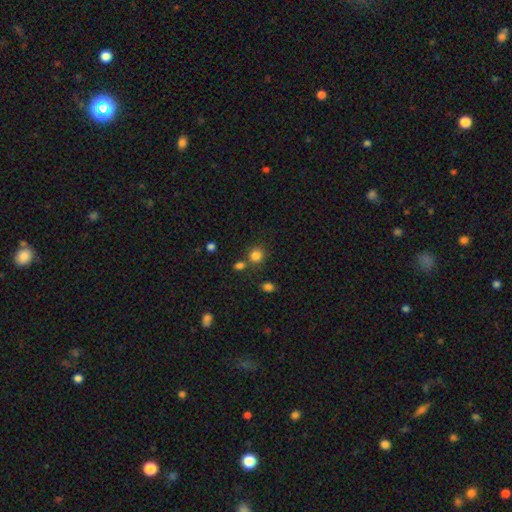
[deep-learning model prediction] A smooth galaxy with no disk features (83%) that is round (86%). Merging: none (72%).